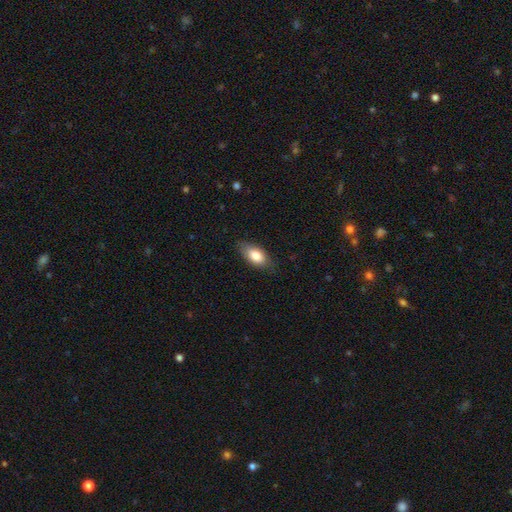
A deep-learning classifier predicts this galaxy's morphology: smooth 82%, featured or disk 12%, star or artifact 7%. Down the decision tree: how rounded — in between (90%); merging — none (77%).